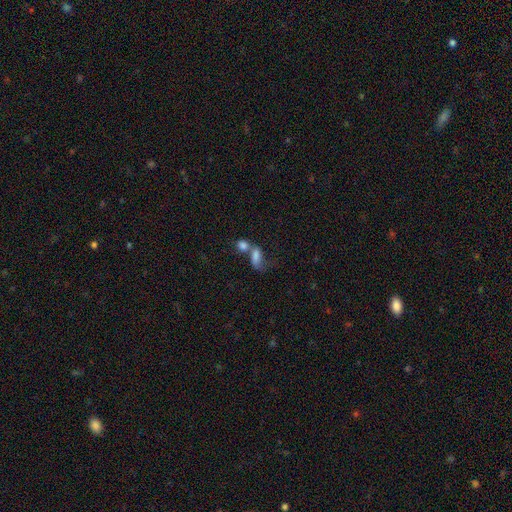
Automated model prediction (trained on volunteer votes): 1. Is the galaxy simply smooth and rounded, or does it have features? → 73% smooth, 15% featured or disk, 11% star or artifact.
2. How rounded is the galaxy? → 77% in between, 12% round, 10% cigar-shaped.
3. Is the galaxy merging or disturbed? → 62% merger, 18% none, 11% major disturbance, 9% minor disturbance.